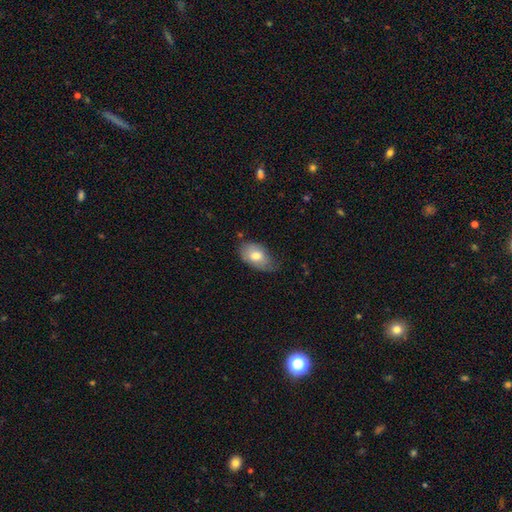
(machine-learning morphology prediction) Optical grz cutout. It shows a smooth galaxy with no disk features (74%) that is in between round and cigar-shaped (91%). Merging: none (49%).